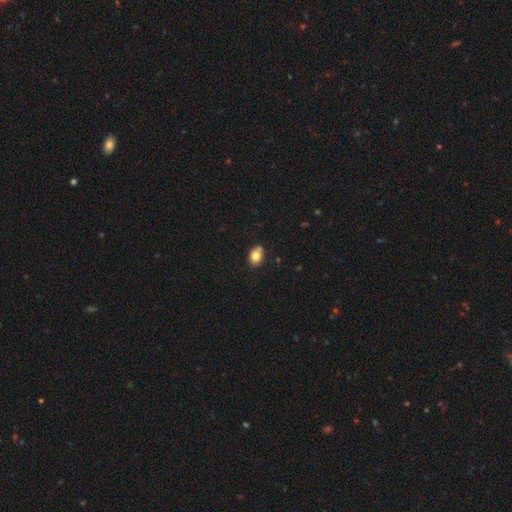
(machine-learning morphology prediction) smooth-or-featured: smooth: 79% | featured or disk: 11% | star or artifact: 10%
  how-rounded: in between: 67% | round: 32% | cigar-shaped: 1%
  merging: none: 68% | minor disturbance: 20% | merger: 7% | major disturbance: 4%